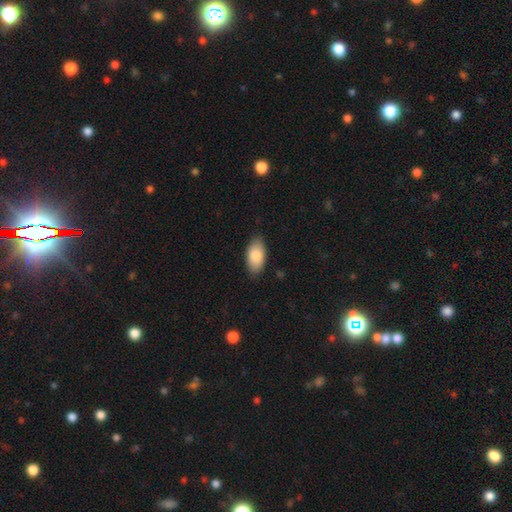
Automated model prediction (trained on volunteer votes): Overall: smooth (85%). How rounded: in between (94%). Merging: none (85%).